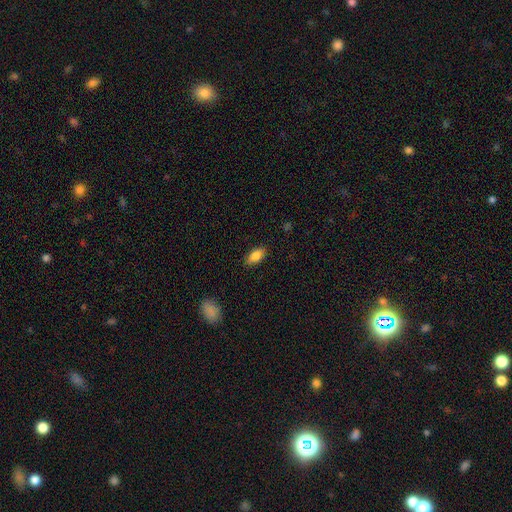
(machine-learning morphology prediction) A smooth galaxy with no disk features (85%) that is in between round and cigar-shaped (90%). Merging: none (86%).